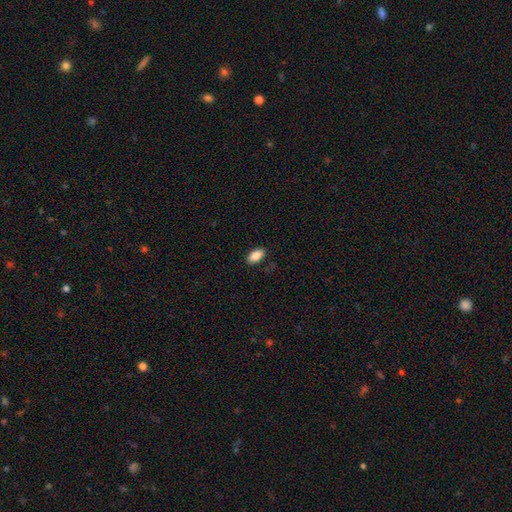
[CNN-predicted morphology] A smooth galaxy with no disk features (87%) that is in between round and cigar-shaped (92%). Merging: none (85%).